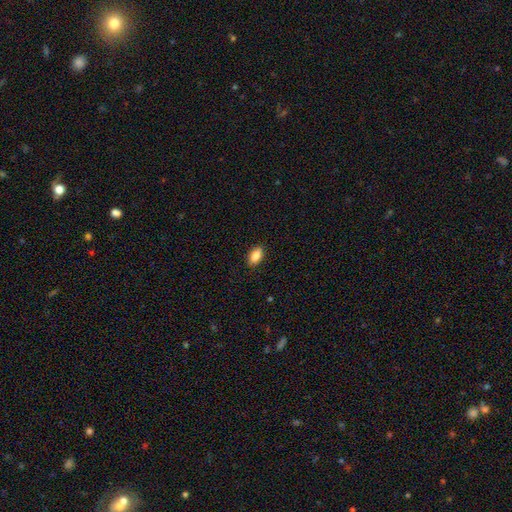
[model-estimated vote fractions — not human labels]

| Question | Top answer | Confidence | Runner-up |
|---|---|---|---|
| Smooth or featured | smooth | 88% | star or artifact (7%) |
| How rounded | in between | 91% | cigar-shaped (5%) |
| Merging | none | 89% | minor disturbance (8%) |